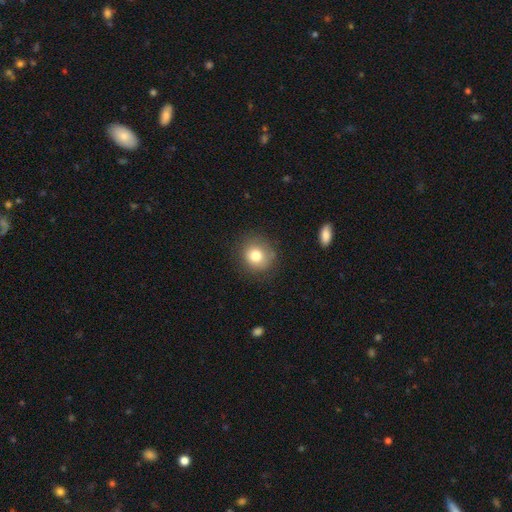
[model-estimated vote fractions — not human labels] A smooth galaxy with no disk features (79%) that is round (85%).

Vote fractions:
- Smooth or featured? smooth: 79% / featured or disk: 10% / star or artifact: 10%
- How rounded? round: 85% / in between: 14% / cigar-shaped: 1%
- Merging? none: 80% / minor disturbance: 14% / major disturbance: 4% / merger: 2%